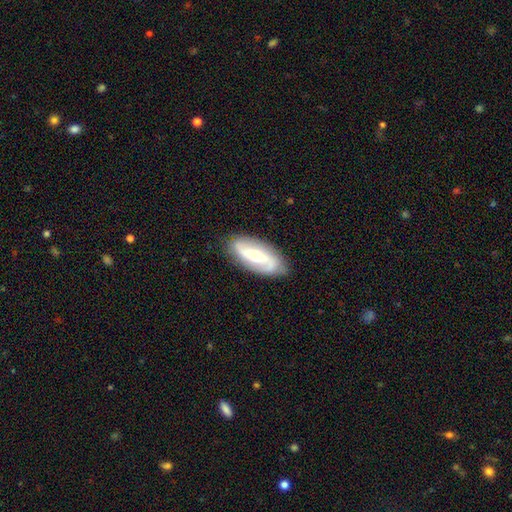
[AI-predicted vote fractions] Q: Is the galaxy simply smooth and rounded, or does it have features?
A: featured or disk — 76%.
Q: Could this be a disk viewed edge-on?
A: no — 91%.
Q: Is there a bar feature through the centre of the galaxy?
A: no — 40%.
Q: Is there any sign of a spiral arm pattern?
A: yes — 90%.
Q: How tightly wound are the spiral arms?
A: loose — 47%.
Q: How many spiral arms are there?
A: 2 — 87%.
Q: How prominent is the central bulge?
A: moderate — 50%.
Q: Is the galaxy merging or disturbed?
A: none — 85%.